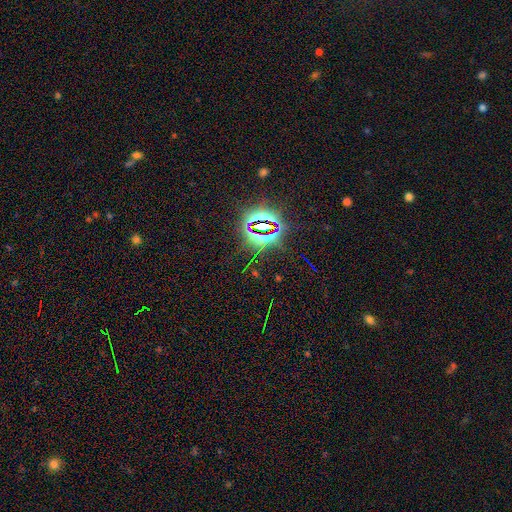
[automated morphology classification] Overall: star or artifact (82%).